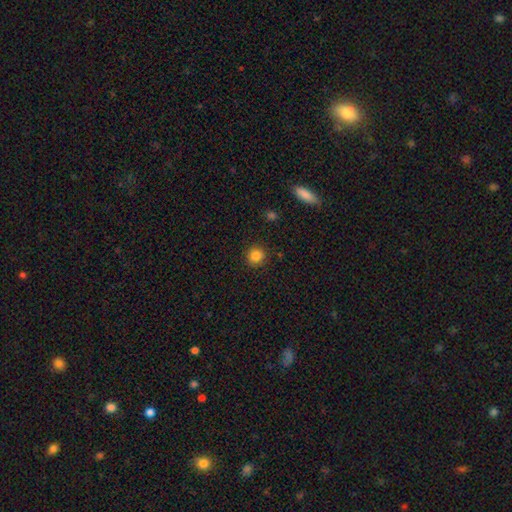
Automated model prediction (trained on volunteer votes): smooth_or_featured: smooth (p=0.84) [alt: star or artifact p=0.11]
how_rounded: round (p=0.91) [alt: in between p=0.08]
merging: none (p=0.89) [alt: minor disturbance p=0.07]